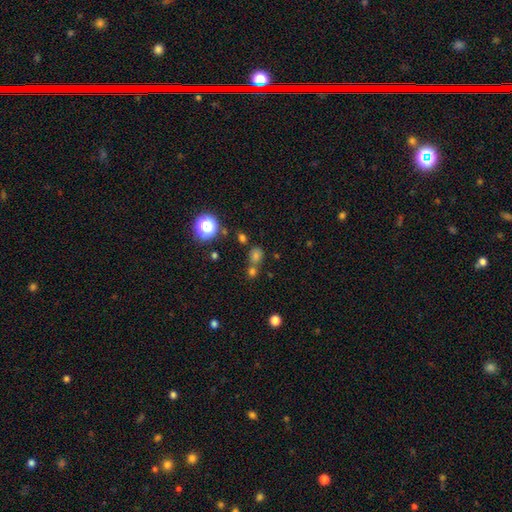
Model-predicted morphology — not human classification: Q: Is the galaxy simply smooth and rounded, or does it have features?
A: smooth — 65%.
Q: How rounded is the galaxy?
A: round — 65%.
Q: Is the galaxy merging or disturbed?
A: none — 50%.